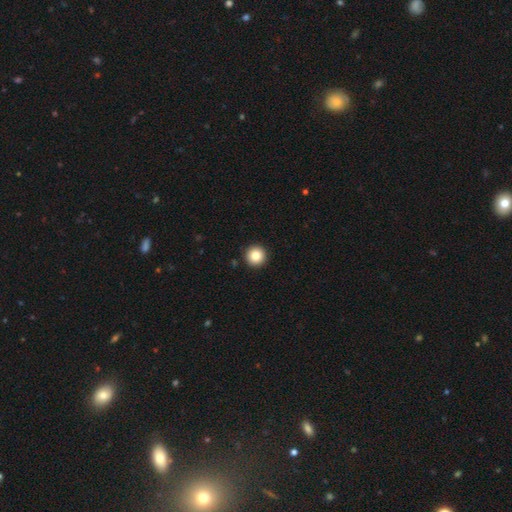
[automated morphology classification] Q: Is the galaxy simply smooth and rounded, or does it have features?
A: smooth — 84%.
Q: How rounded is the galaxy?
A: round — 96%.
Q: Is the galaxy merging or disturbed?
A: none — 93%.